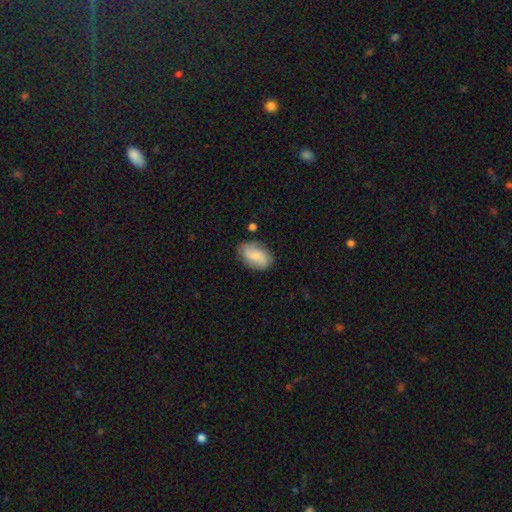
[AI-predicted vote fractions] Smooth or featured? smooth (58%)
How rounded? in between (88%)
Merging? none (73%)